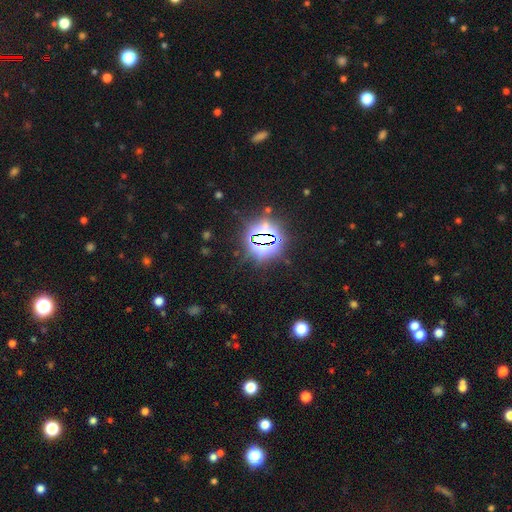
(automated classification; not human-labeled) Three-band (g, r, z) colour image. It shows a star or artifact, not a galaxy (79%).